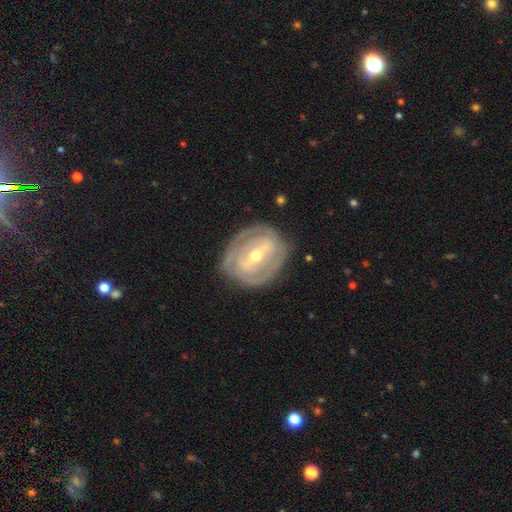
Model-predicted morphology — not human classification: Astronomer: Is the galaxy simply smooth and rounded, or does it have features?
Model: featured or disk — 83%.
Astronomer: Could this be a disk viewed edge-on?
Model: no — 95%.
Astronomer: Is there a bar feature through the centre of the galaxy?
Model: strong — 54% (runner-up: weak, 33%).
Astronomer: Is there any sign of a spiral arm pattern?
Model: yes — 79%.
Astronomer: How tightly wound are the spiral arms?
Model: tight — 71%.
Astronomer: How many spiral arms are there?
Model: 2 — 46% (runner-up: can't tell, 32%).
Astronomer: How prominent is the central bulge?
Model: moderate — 53% (runner-up: small, 43%).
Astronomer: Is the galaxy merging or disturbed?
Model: none — 77%.